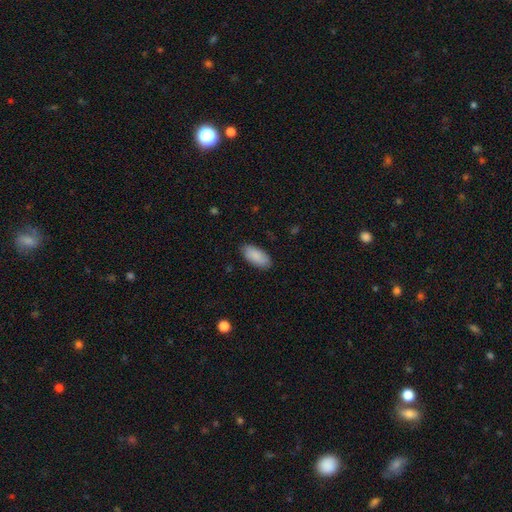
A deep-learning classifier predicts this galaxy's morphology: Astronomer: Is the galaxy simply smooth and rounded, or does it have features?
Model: smooth — 89%.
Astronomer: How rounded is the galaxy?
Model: in between — 92%.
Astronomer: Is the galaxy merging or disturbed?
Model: none — 87%.